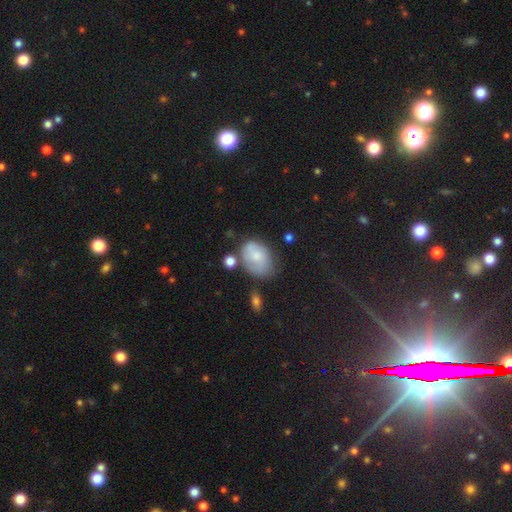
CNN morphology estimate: Smooth or featured? smooth (64%)
How rounded? in between (75%)
Merging? none (49%)